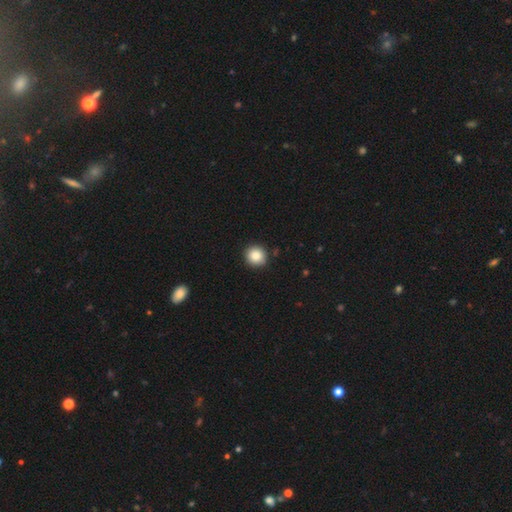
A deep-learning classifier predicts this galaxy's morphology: Q: Smooth or featured?
A: smooth (86%); runner-up: star or artifact (9%)
Q: How rounded?
A: round (92%); runner-up: in between (7%)
Q: Merging?
A: none (90%); runner-up: minor disturbance (7%)